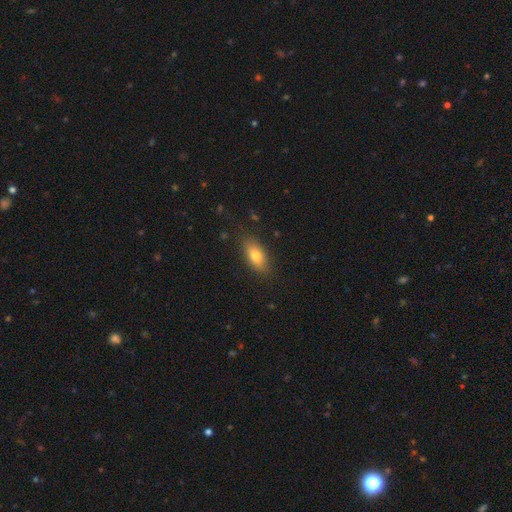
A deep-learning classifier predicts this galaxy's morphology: smooth-or-featured: smooth: 77% | featured or disk: 15% | star or artifact: 8%
  how-rounded: in between: 85% | cigar-shaped: 10% | round: 5%
  merging: none: 83% | minor disturbance: 13% | major disturbance: 3% | merger: 1%